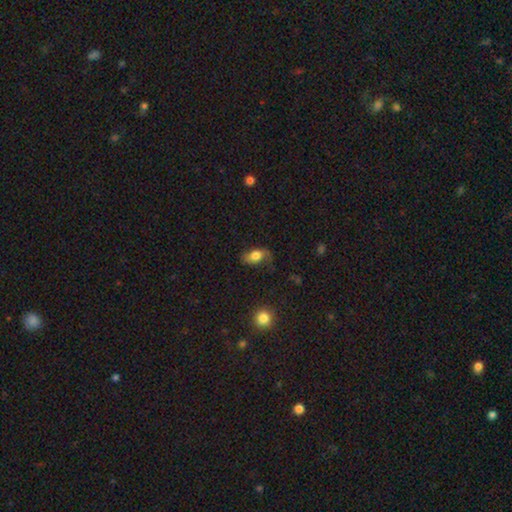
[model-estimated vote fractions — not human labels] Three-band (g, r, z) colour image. It shows a smooth galaxy with no disk features (66%) that is in between round and cigar-shaped (85%). Merging: none (59%).